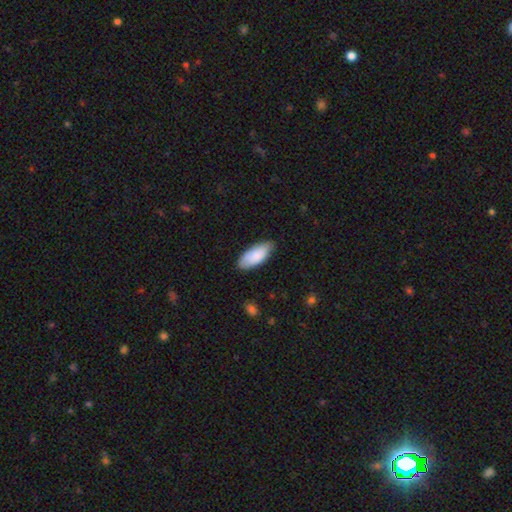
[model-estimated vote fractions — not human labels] Q: Smooth or featured?
A: smooth (83%); runner-up: featured or disk (11%)
Q: How rounded?
A: in between (89%); runner-up: cigar-shaped (10%)
Q: Merging?
A: none (76%); runner-up: minor disturbance (19%)